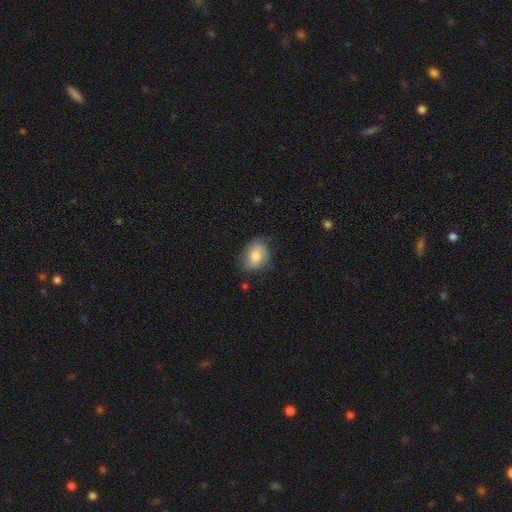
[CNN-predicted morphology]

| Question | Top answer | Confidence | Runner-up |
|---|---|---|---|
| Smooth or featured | smooth | 69% | featured or disk (23%) |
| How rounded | in between | 62% | round (37%) |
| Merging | none | 62% | minor disturbance (28%) |